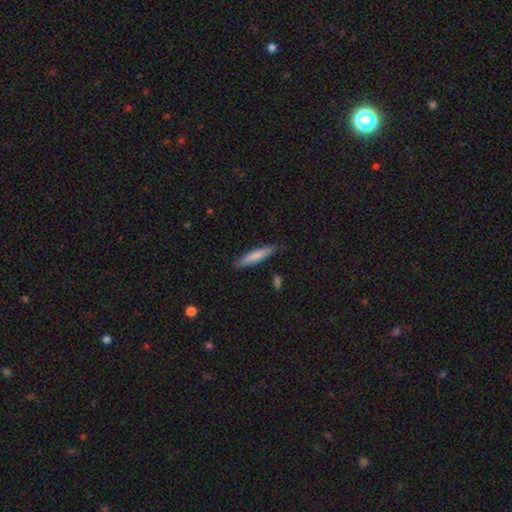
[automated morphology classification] The model was most divided on "smooth or featured": smooth: 77%, featured or disk: 17%, star or artifact: 6%. More confident: merging — none (85%); how rounded — cigar-shaped (85%).